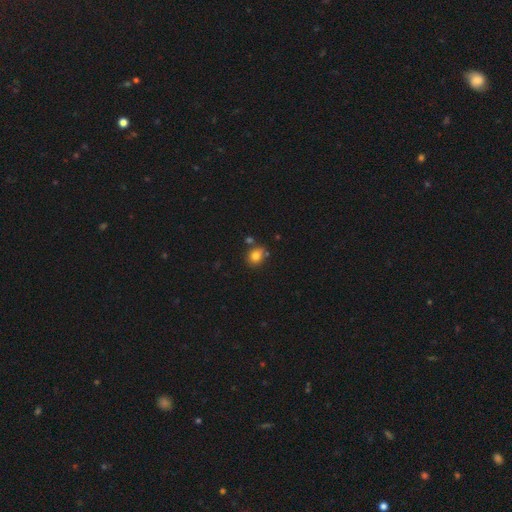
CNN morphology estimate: Overall: smooth (81%). How rounded: round (66%; in between 33%). Merging: none (67%).